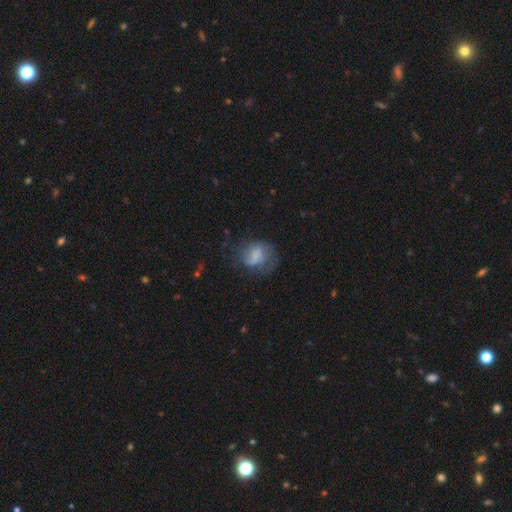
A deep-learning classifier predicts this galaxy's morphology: Q: Smooth or featured?
A: smooth (55%); runner-up: featured or disk (36%)
Q: How rounded?
A: in between (51%); runner-up: round (48%)
Q: Merging?
A: none (39%); runner-up: major disturbance (32%)